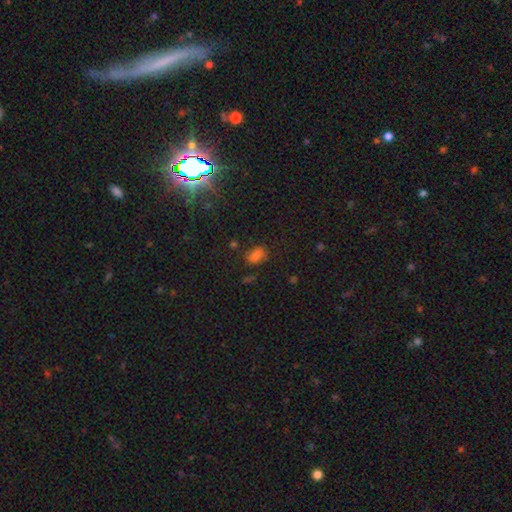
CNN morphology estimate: A smooth galaxy with no disk features (64%) that is in between round and cigar-shaped (70%). Merging: none (54%).